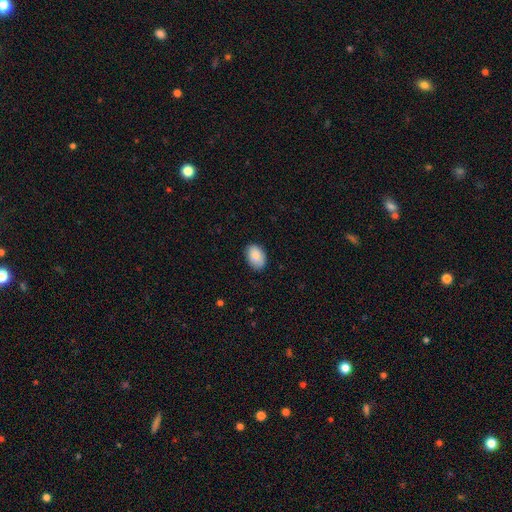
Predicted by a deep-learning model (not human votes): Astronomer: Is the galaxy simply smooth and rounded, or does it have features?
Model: smooth — 89%.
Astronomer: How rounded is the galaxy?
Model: in between — 86%.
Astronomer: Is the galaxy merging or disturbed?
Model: none — 80%.